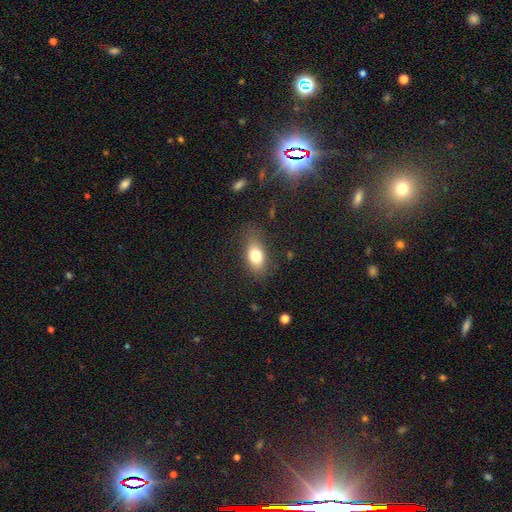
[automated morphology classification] type=smooth (77%); roundness=in between (84%); merging=none (72%).